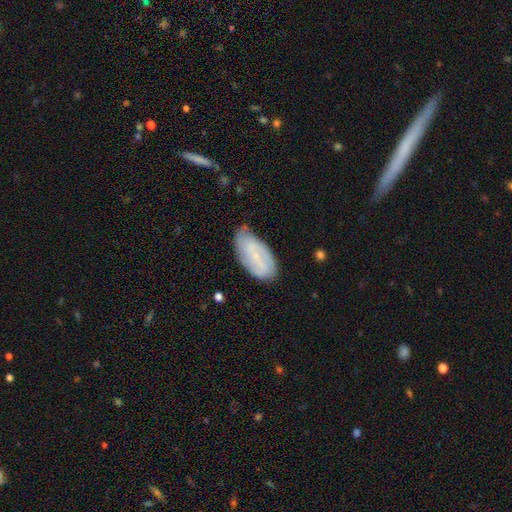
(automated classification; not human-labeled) This appears to be a featured or disk galaxy (54%) with no bar (52%), spiral arms (82%) and a small central bulge (74%). Merging: none (62%).